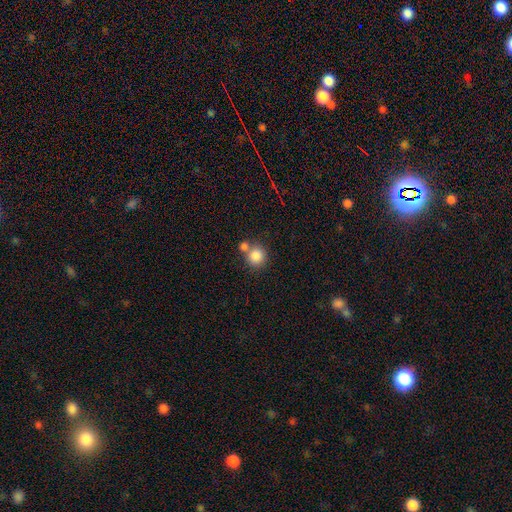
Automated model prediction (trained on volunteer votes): Smooth or featured: smooth — 84% (star or artifact — 10%)
How rounded: round — 89% (in between — 10%)
Merging: none — 57% (merger — 32%)